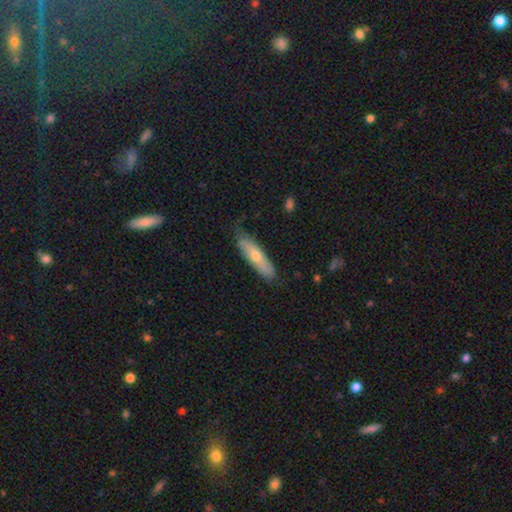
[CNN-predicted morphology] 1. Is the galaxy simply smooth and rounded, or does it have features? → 57% smooth, 37% featured or disk, 6% star or artifact.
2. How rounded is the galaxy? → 70% cigar-shaped, 28% in between, 2% round.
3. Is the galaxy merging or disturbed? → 76% none, 20% minor disturbance, 3% major disturbance, 1% merger.